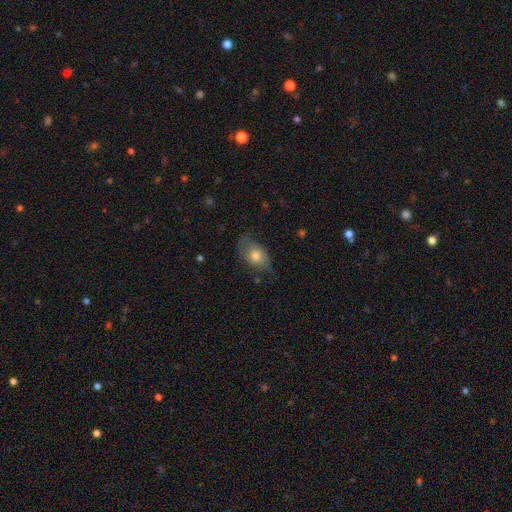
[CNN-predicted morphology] Smooth or featured: smooth — 69% (featured or disk — 23%)
How rounded: in between — 78% (round — 20%)
Merging: none — 59% (minor disturbance — 28%)